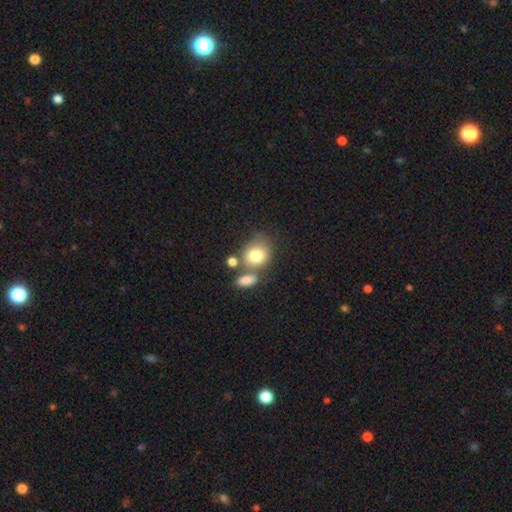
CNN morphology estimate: type=smooth (79%); roundness=round (66%); merging=none (48%).